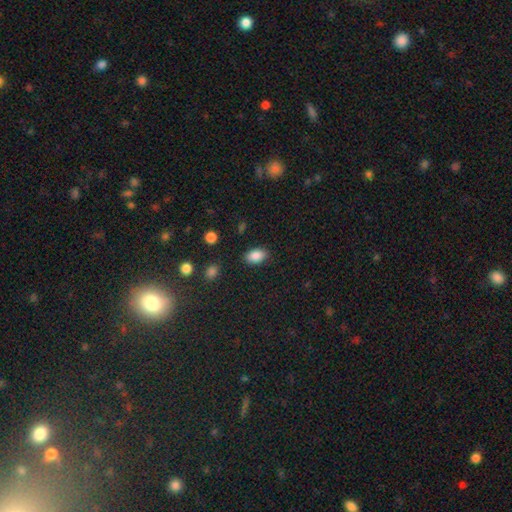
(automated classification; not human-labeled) A smooth galaxy with no disk features (86%) that is in between round and cigar-shaped (89%). Merging: none (85%).